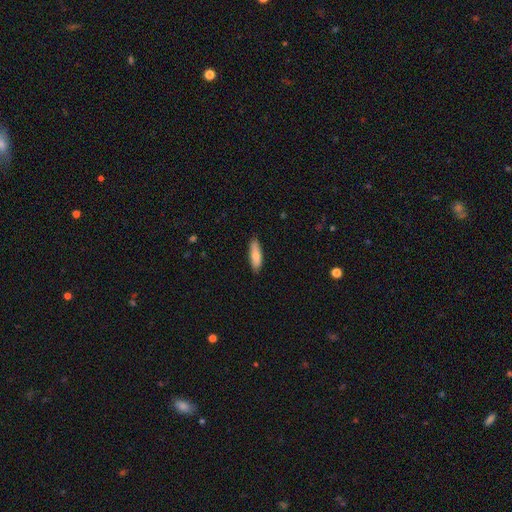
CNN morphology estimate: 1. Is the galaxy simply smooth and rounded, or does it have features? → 82% smooth, 12% featured or disk, 6% star or artifact.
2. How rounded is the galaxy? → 52% cigar-shaped, 46% in between, 2% round.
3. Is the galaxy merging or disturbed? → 86% none, 11% minor disturbance, 2% major disturbance, 1% merger.